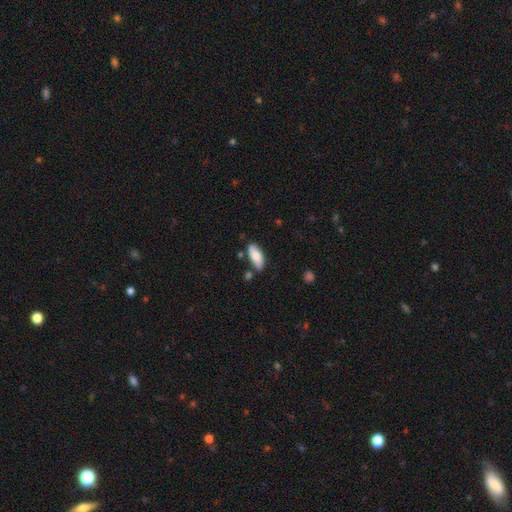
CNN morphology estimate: Overall: smooth (81%). How rounded: in between (79%). Merging: none (73%).